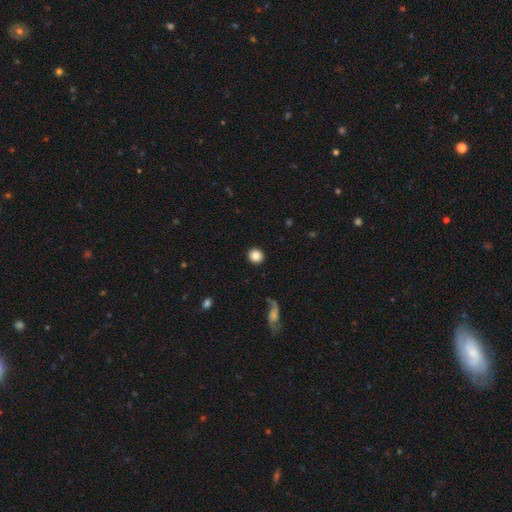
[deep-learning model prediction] Smooth or featured: smooth — 84% (star or artifact — 9%)
How rounded: round — 93% (in between — 6%)
Merging: none — 91% (minor disturbance — 5%)